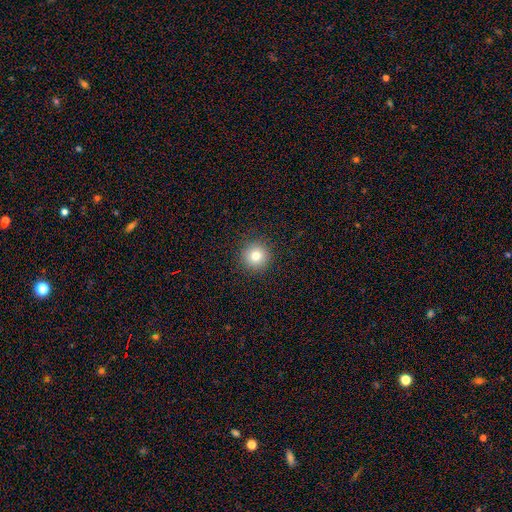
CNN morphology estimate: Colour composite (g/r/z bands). It shows a smooth galaxy with no disk features (79%) that is round (96%). Merging: none (92%).